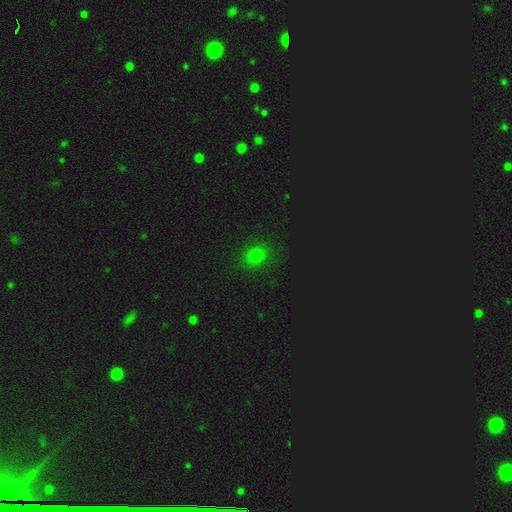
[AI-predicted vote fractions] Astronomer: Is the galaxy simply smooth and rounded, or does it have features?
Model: smooth — 75%.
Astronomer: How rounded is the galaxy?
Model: round — 70%.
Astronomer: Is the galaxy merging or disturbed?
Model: none — 88%.